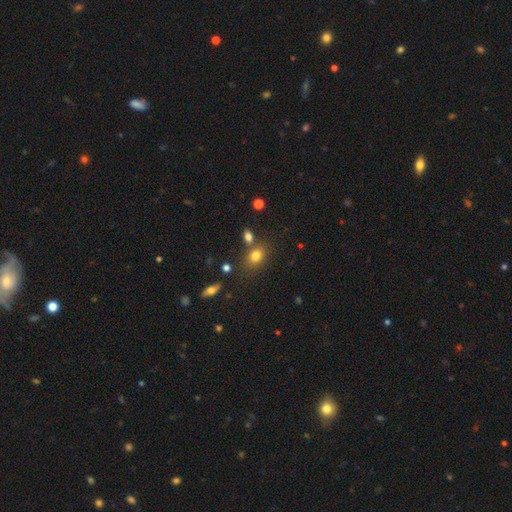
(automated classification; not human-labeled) smooth 78%, star or artifact 12%, featured or disk 10%. Down the decision tree: how rounded — in between (66%); merging — none (66%).